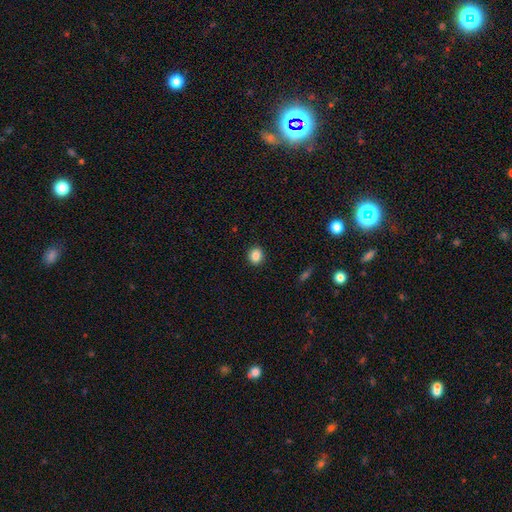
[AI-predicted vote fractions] This is clearly a smooth galaxy (86%). How rounded: likely round (80%). Merging: clearly none (92%).